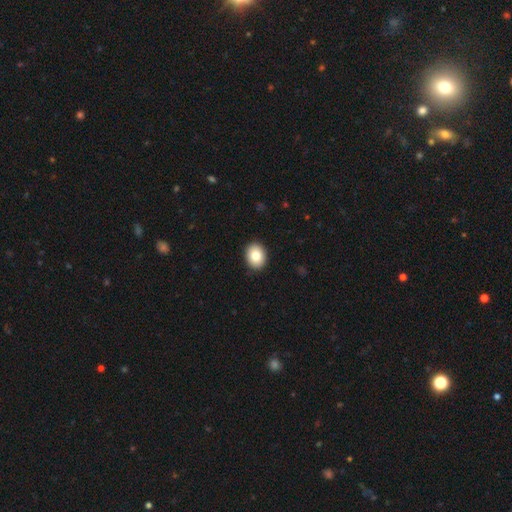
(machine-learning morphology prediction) This is clearly a smooth galaxy (83%). How rounded: possibly in between (55%). Merging: clearly none (91%).